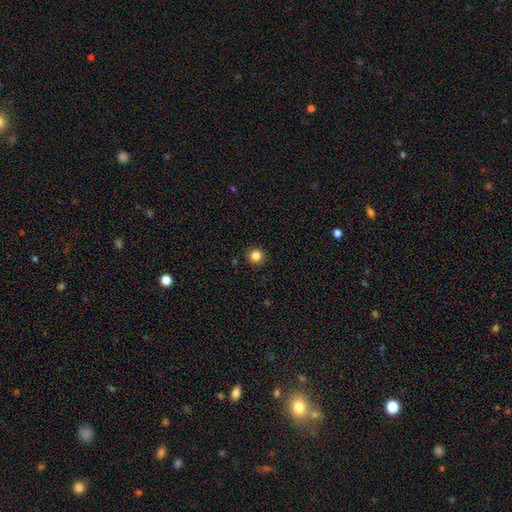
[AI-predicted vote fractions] A smooth galaxy with no disk features (84%) that is round (93%).

Vote fractions:
- Smooth or featured? smooth: 84% / star or artifact: 12% / featured or disk: 4%
- How rounded? round: 93% / in between: 6% / cigar-shaped: 1%
- Merging? none: 91% / minor disturbance: 6% / major disturbance: 2% / merger: 1%